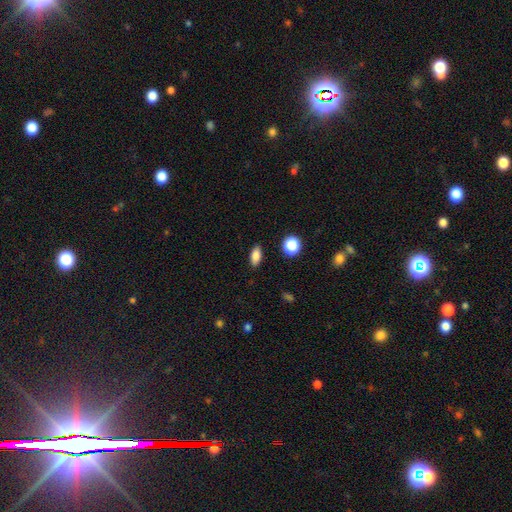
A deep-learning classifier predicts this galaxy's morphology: Overall: smooth (83%). How rounded: in between (81%). Merging: none (88%).